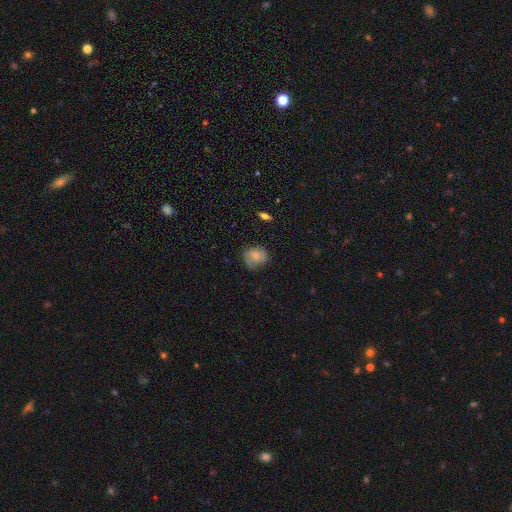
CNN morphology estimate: Overall: smooth (54%; featured or disk 37%). How rounded: round (70%). Merging: none (65%; minor disturbance 26%).